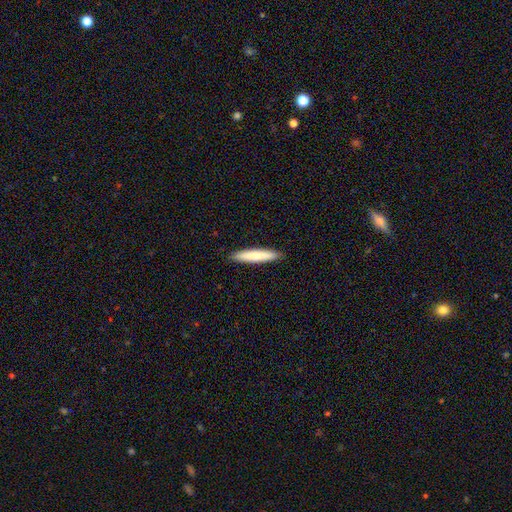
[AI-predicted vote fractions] This appears to be a smooth galaxy with no disk features (75%) that is cigar-shaped (90%). Merging: none (91%).